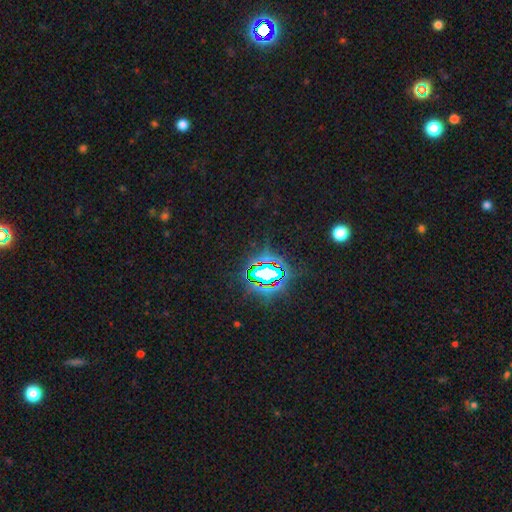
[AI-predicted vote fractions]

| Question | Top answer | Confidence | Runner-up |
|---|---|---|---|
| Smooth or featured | star or artifact | 82% | smooth (11%) |